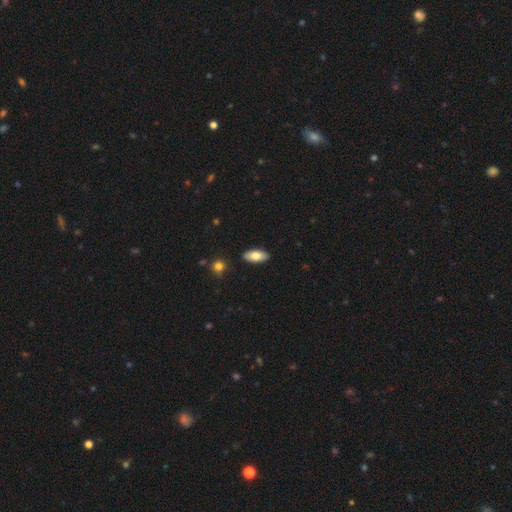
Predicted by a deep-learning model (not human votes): This appears to be a smooth galaxy with no disk features (78%) that is in between round and cigar-shaped (88%). Merging: none (89%).